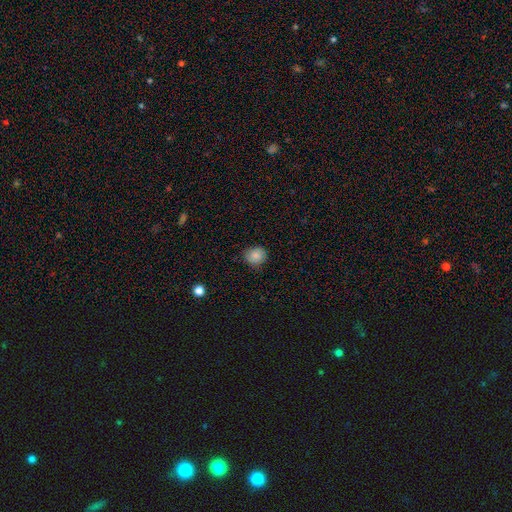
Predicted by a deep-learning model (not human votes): smooth 85%, star or artifact 9%, featured or disk 6%. Down the decision tree: how rounded — round (78%); merging — none (79%).